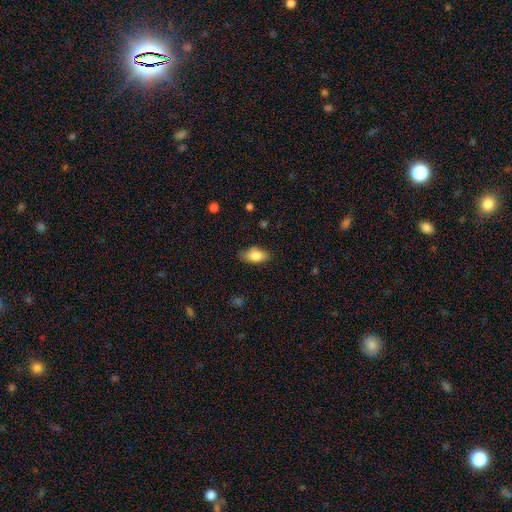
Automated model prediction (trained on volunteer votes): Q: Smooth or featured?
A: smooth (82%); runner-up: featured or disk (11%)
Q: How rounded?
A: in between (90%); runner-up: cigar-shaped (5%)
Q: Merging?
A: none (78%); runner-up: minor disturbance (17%)